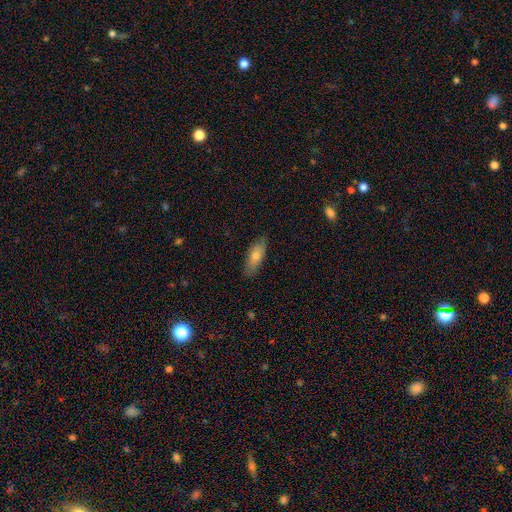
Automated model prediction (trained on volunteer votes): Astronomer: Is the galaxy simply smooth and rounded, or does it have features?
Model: smooth — 70%.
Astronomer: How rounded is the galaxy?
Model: in between — 63%.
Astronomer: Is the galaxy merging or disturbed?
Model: none — 83%.